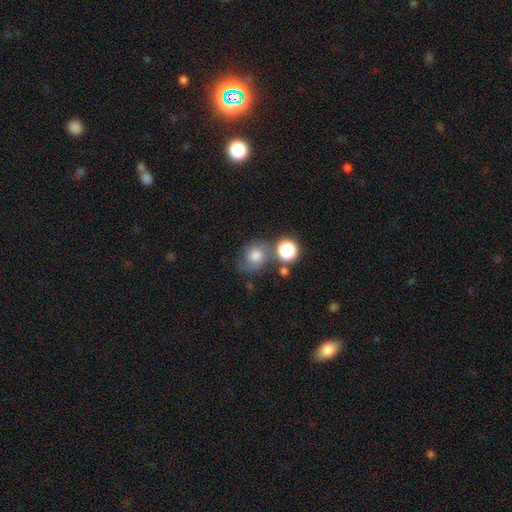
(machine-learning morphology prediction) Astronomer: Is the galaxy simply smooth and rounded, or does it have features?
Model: smooth — 63%.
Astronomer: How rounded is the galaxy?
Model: round — 70%.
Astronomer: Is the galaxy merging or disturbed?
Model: none — 52%.